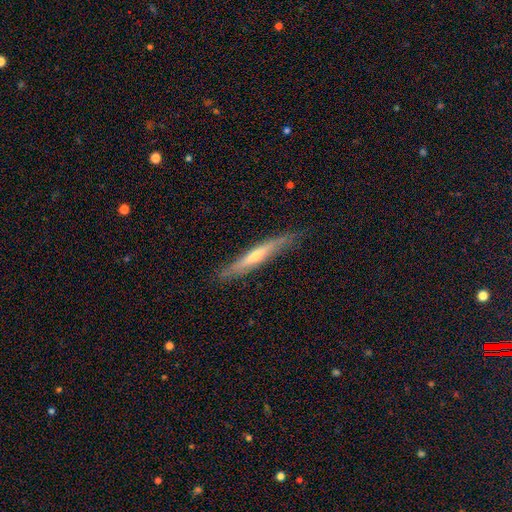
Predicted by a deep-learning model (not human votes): Q: Smooth or featured?
A: featured or disk (63%); runner-up: smooth (30%)
Q: Edge-on disk?
A: yes (92%); runner-up: no (8%)
Q: Edge-on bulge?
A: rounded (72%); runner-up: none (23%)
Q: Merging?
A: none (85%); runner-up: minor disturbance (12%)